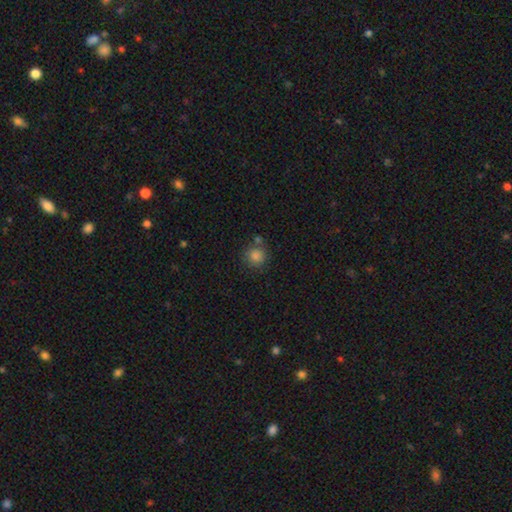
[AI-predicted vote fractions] This appears to be a smooth galaxy with no disk features (83%) that is round (90%). Merging: none (72%).